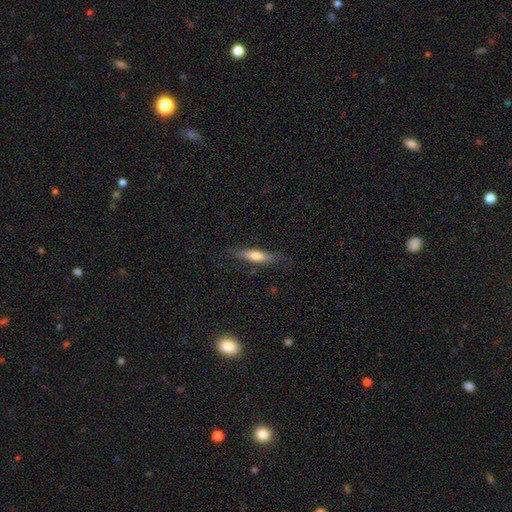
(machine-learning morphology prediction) Smooth or featured? Predicted: smooth (p=0.64). How rounded? Predicted: cigar-shaped (p=0.74). Merging? Predicted: none (p=0.72).